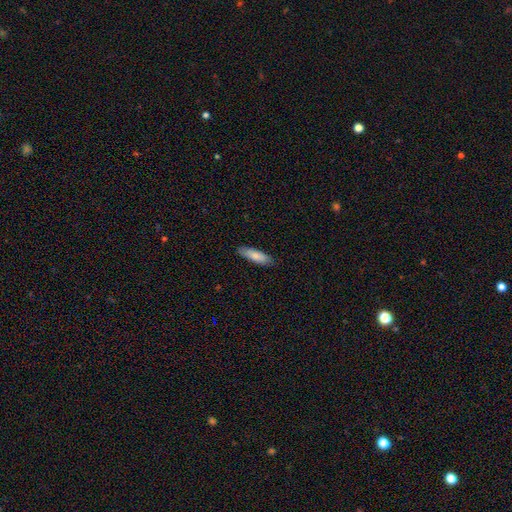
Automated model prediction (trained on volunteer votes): Overall: smooth (80%). How rounded: cigar-shaped (59%; in between 40%). Merging: none (86%).